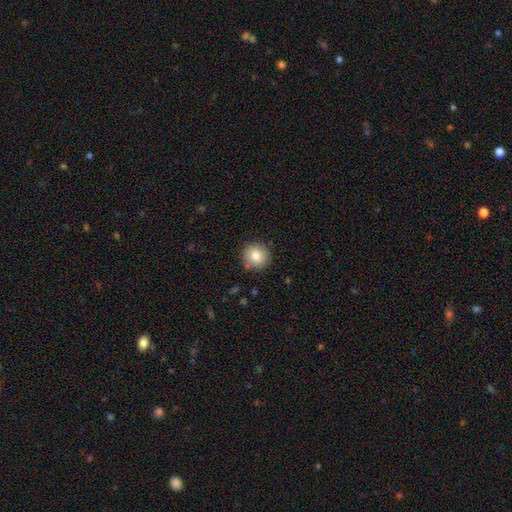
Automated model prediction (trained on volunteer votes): Smooth or featured? smooth (80%)
How rounded? round (91%)
Merging? none (87%)